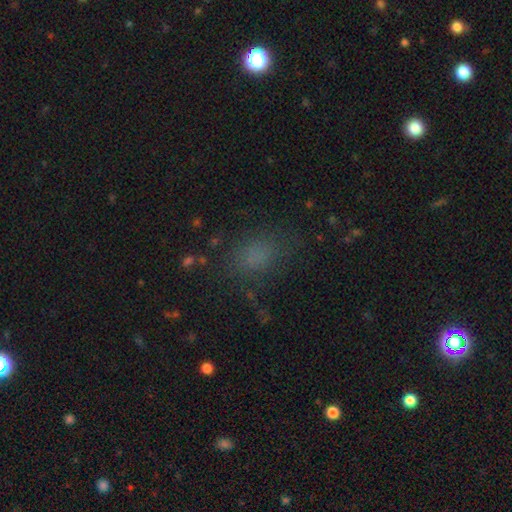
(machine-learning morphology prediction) smooth-or-featured: smooth: 71% | star or artifact: 20% | featured or disk: 9%
  how-rounded: in between: 67% | round: 30% | cigar-shaped: 2%
  merging: none: 70% | minor disturbance: 17% | major disturbance: 11% | merger: 2%